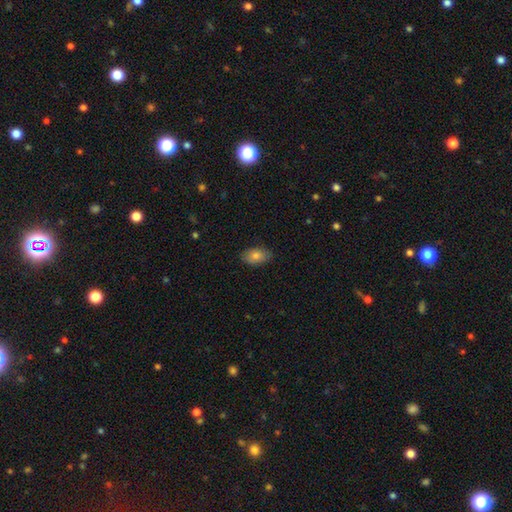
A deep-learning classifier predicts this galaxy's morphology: This is clearly a smooth galaxy (81%). How rounded: clearly in between (90%). Merging: clearly none (83%).